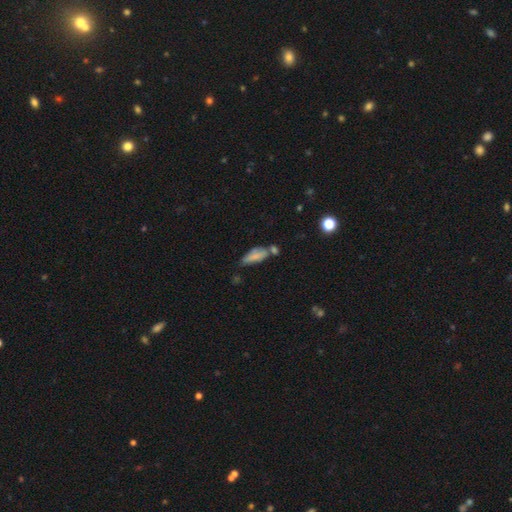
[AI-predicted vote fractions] This appears to be a smooth galaxy with no disk features (73%) that is in between round and cigar-shaped (71%). Merging: none (34%).